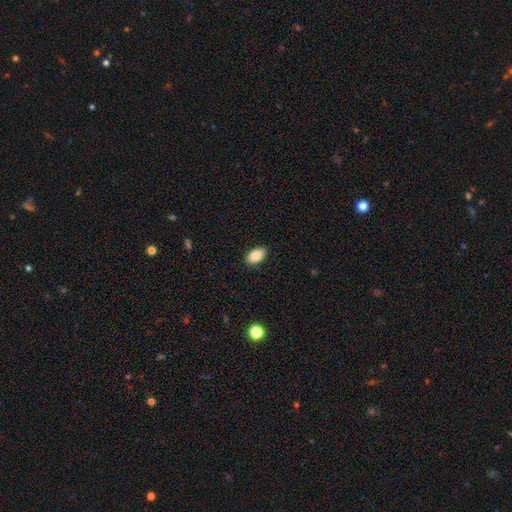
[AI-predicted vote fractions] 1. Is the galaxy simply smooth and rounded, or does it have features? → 86% smooth, 7% star or artifact, 7% featured or disk.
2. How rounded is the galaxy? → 93% in between, 5% round, 2% cigar-shaped.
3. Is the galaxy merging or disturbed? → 88% none, 9% minor disturbance, 2% major disturbance, 1% merger.